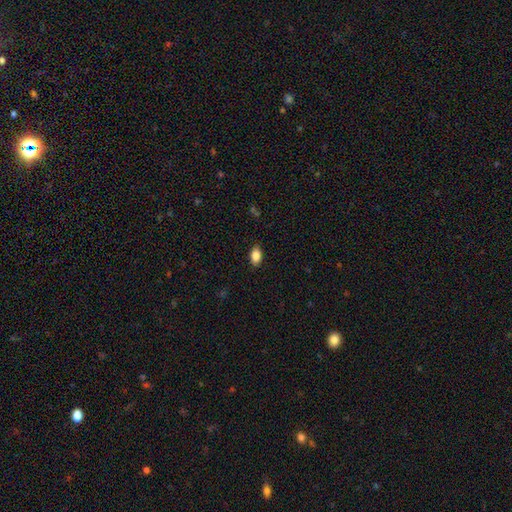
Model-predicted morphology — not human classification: type=smooth (86%); roundness=in between (91%); merging=none (87%).